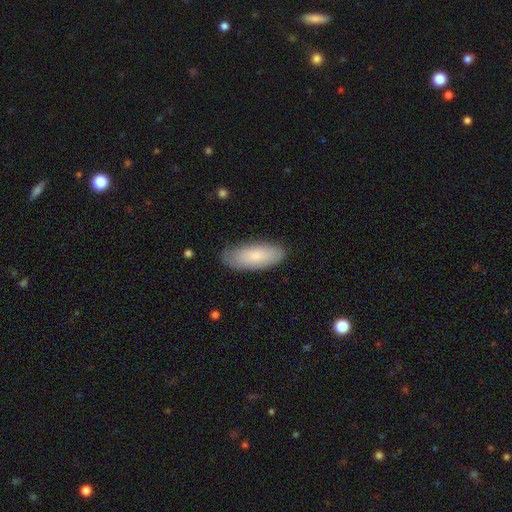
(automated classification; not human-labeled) This is likely a smooth galaxy (79%). How rounded: likely in between (80%). Merging: clearly none (82%).